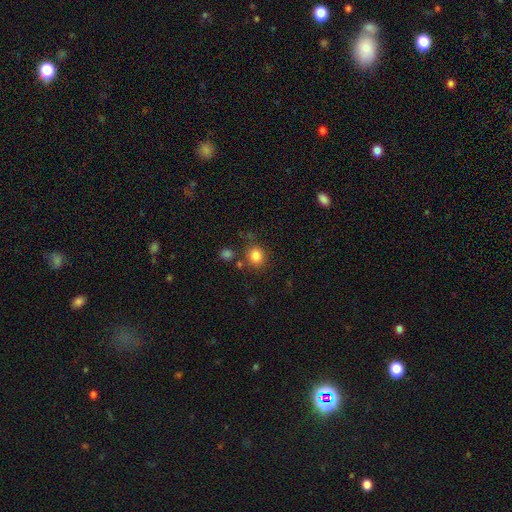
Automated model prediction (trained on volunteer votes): Smooth or featured?
  - smooth: 84% *
  - star or artifact: 11%
  - featured or disk: 5%
How rounded?
  - round: 78% *
  - in between: 21%
  - cigar-shaped: 1%
Merging?
  - none: 77% *
  - minor disturbance: 11%
  - merger: 7%
  - major disturbance: 4%